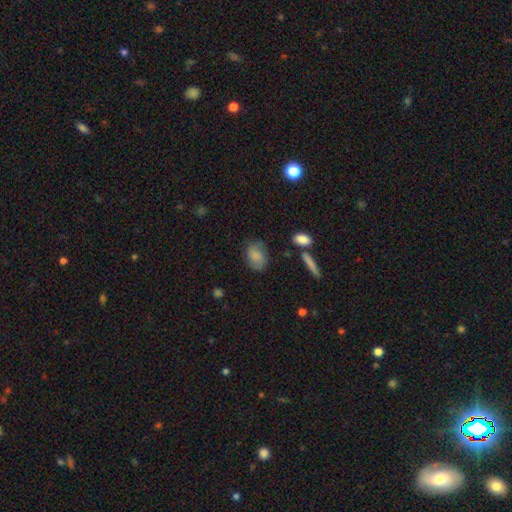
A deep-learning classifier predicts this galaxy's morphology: smooth-or-featured: smooth: 66% | featured or disk: 25% | star or artifact: 9%
  how-rounded: in between: 70% | round: 28% | cigar-shaped: 2%
  merging: none: 70% | minor disturbance: 21% | major disturbance: 7% | merger: 3%